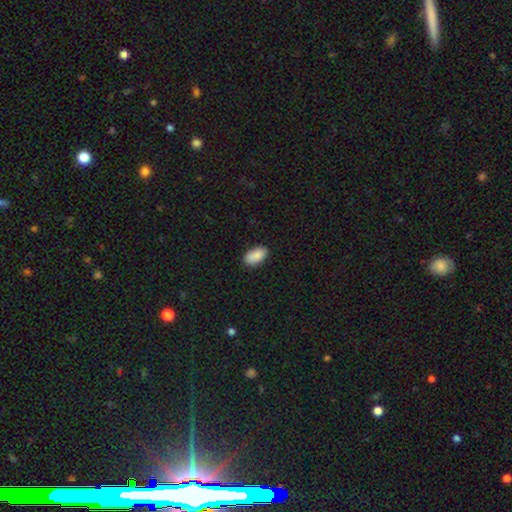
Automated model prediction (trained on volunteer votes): This appears to be a smooth galaxy with no disk features (89%) that is in between round and cigar-shaped (94%). Merging: none (86%).